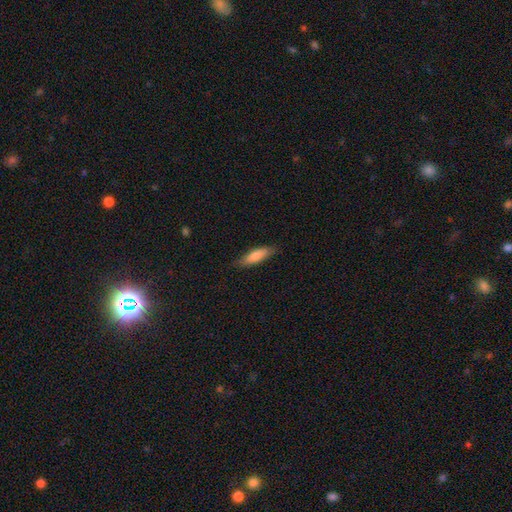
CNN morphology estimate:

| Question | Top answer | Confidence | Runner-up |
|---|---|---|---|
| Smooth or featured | smooth | 79% | featured or disk (16%) |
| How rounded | cigar-shaped | 59% | in between (40%) |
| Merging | none | 81% | minor disturbance (15%) |